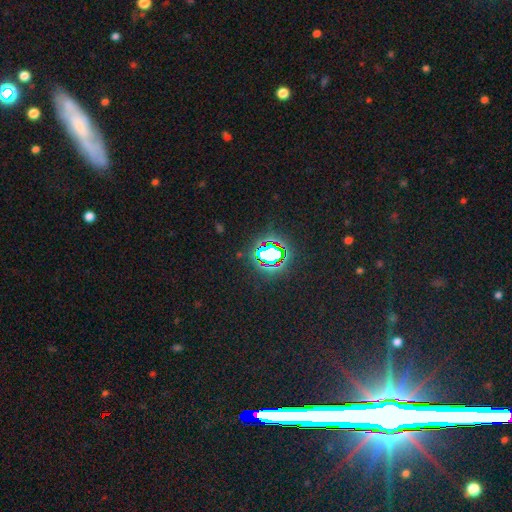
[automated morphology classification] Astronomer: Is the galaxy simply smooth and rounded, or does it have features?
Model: star or artifact — 80%.